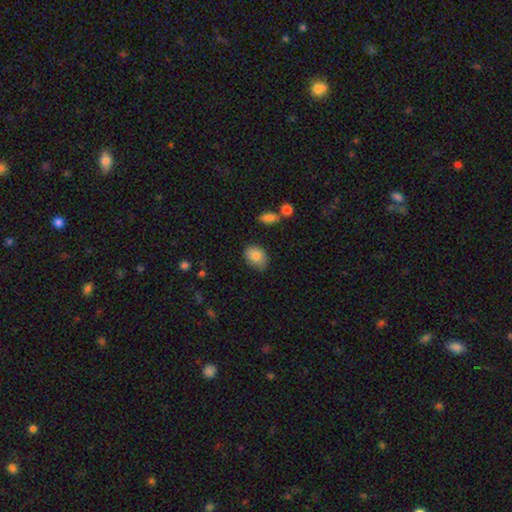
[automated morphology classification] smooth-or-featured: smooth: 84% | star or artifact: 8% | featured or disk: 8%
  how-rounded: in between: 70% | round: 29% | cigar-shaped: 1%
  merging: none: 70% | minor disturbance: 23% | major disturbance: 4% | merger: 2%